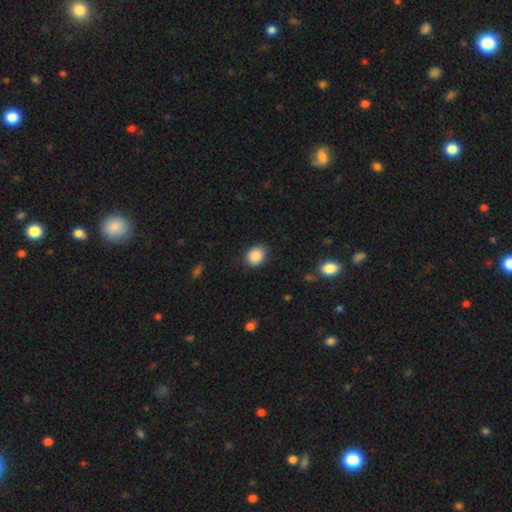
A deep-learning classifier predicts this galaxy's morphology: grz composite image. It shows a smooth galaxy with no disk features (87%) that is round (63%). Merging: none (82%).